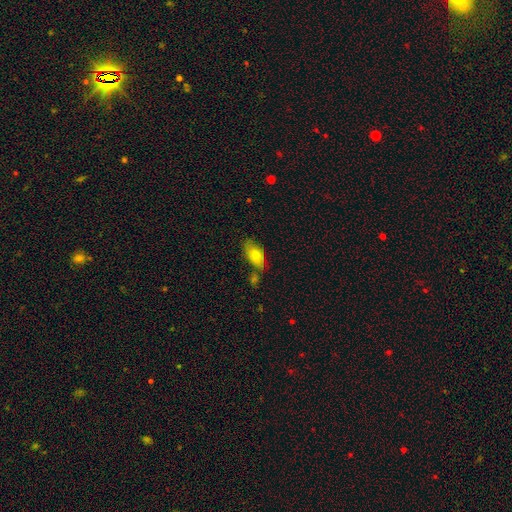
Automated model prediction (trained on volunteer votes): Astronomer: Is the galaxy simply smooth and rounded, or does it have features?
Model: smooth — 76%.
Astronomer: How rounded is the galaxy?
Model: in between — 89%.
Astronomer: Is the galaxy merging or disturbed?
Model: none — 59%.